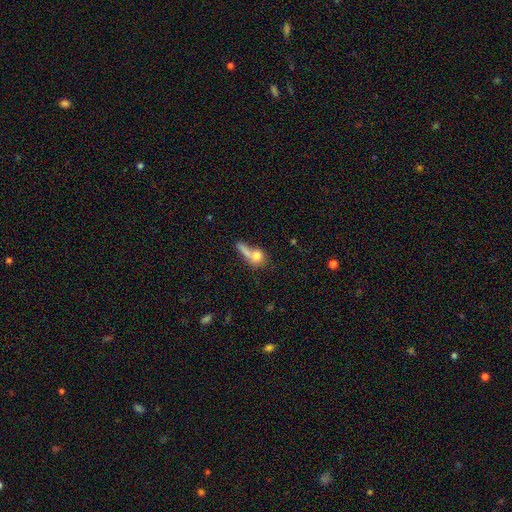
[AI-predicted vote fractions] A smooth galaxy with no disk features (70%) that is round (53%).

Vote fractions:
- Smooth or featured? smooth: 70% / featured or disk: 19% / star or artifact: 11%
- How rounded? round: 53% / in between: 30% / cigar-shaped: 17%
- Merging? merger: 39% / none: 37% / major disturbance: 12% / minor disturbance: 11%